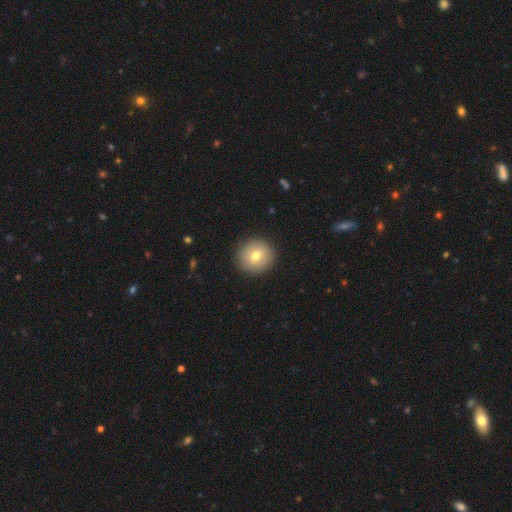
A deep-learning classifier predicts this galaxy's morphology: smooth_or_featured: smooth (p=0.74) [alt: featured or disk p=0.16]
how_rounded: round (p=0.92) [alt: in between p=0.07]
merging: none (p=0.91) [alt: minor disturbance p=0.06]